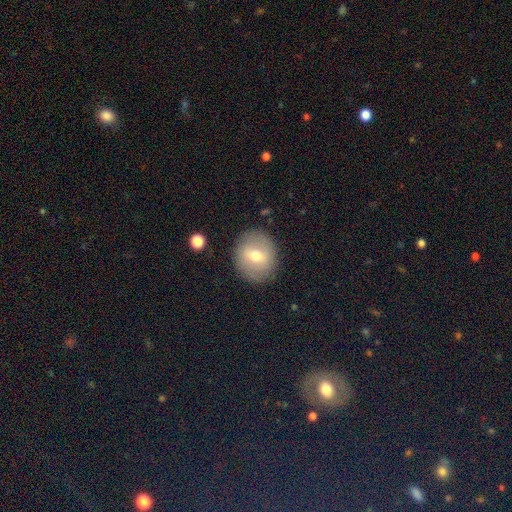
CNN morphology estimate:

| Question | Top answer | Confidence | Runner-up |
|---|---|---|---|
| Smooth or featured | smooth | 58% | featured or disk (33%) |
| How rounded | round | 72% | in between (27%) |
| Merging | none | 85% | minor disturbance (10%) |